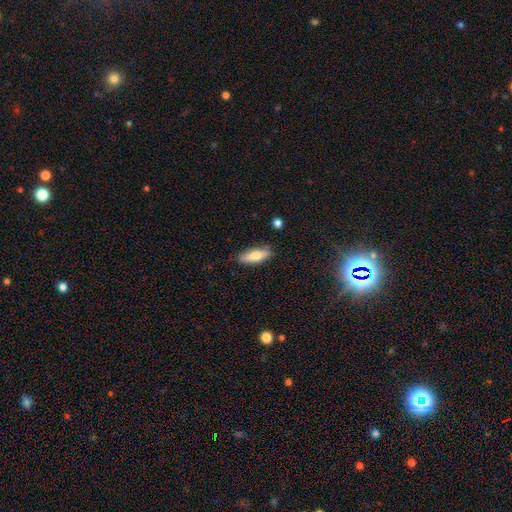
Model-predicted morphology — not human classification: Smooth or featured?
  - smooth: 71% *
  - featured or disk: 23%
  - star or artifact: 7%
How rounded?
  - in between: 57% *
  - cigar-shaped: 41%
  - round: 2%
Merging?
  - none: 80% *
  - minor disturbance: 15%
  - major disturbance: 3%
  - merger: 2%